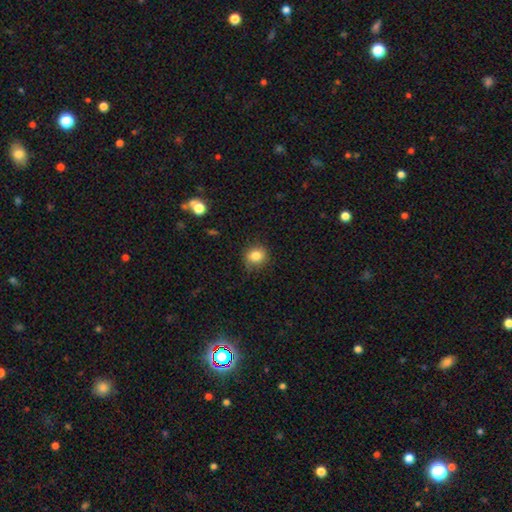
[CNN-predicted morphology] Smooth or featured?
  - smooth: 83% *
  - star or artifact: 11%
  - featured or disk: 7%
How rounded?
  - round: 80% *
  - in between: 20%
  - cigar-shaped: 1%
Merging?
  - none: 81% *
  - minor disturbance: 15%
  - major disturbance: 3%
  - merger: 1%